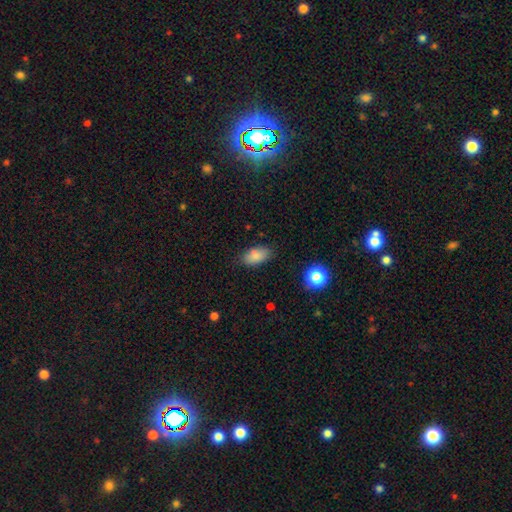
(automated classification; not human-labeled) A smooth galaxy with no disk features (85%) that is in between round and cigar-shaped (91%). Merging: none (81%).